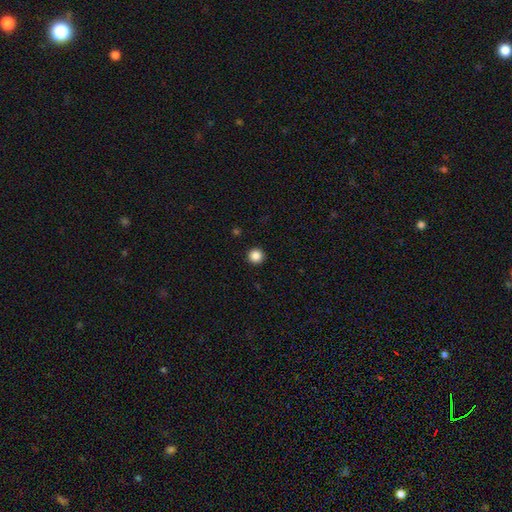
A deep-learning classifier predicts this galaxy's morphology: Smooth or featured: smooth — 87% (star or artifact — 10%)
How rounded: round — 96% (in between — 3%)
Merging: none — 94% (minor disturbance — 4%)